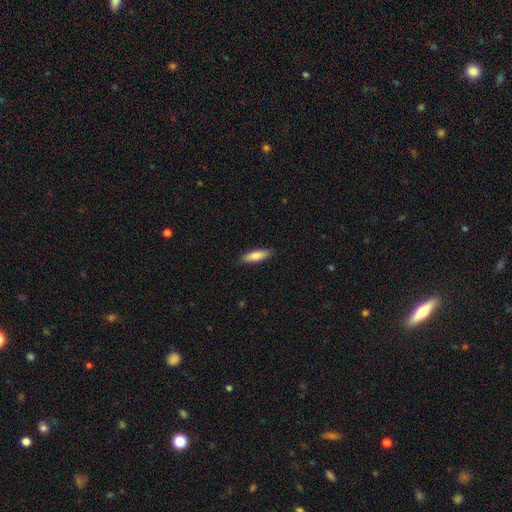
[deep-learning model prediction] smooth-or-featured: smooth: 80% | featured or disk: 14% | star or artifact: 6%
  how-rounded: cigar-shaped: 55% | in between: 44% | round: 2%
  merging: none: 89% | minor disturbance: 9% | major disturbance: 2% | merger: 1%